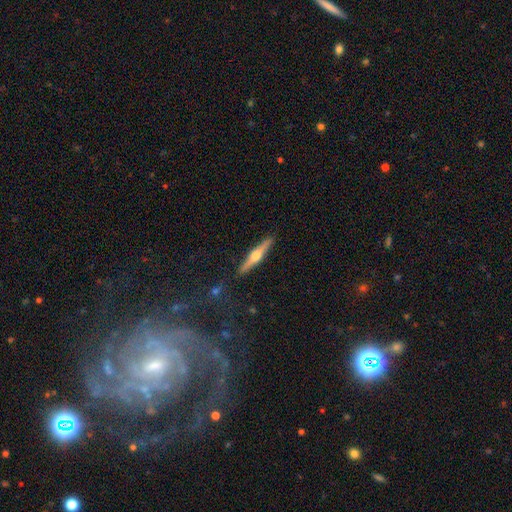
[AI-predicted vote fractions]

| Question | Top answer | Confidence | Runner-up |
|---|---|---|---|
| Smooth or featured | featured or disk | 68% | smooth (26%) |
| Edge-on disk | yes | 97% | no (3%) |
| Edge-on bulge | rounded | 94% | boxy (3%) |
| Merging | none | 90% | minor disturbance (7%) |